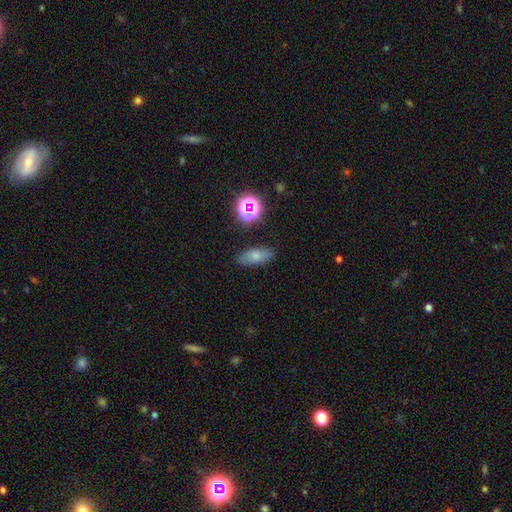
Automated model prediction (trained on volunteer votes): Overall: smooth (69%). How rounded: in between (81%). Merging: none (82%).